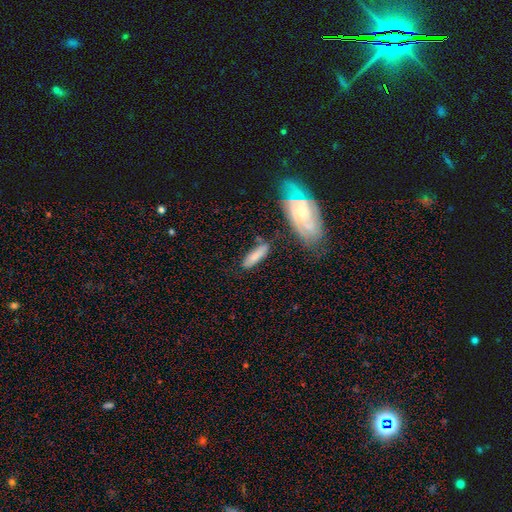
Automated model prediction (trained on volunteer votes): smooth_or_featured: smooth (p=0.75) [alt: featured or disk p=0.18]
how_rounded: cigar-shaped (p=0.58) [alt: in between p=0.40]
merging: none (p=0.68) [alt: minor disturbance p=0.18]